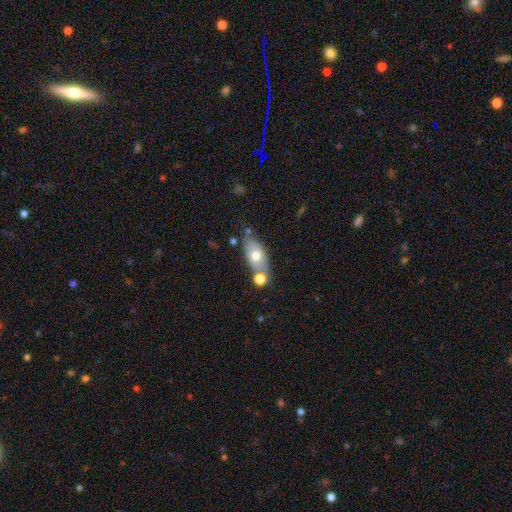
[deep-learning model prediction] smooth 65%, featured or disk 28%, star or artifact 7%. Down the decision tree: how rounded — in between (83%); merging — none (58%).